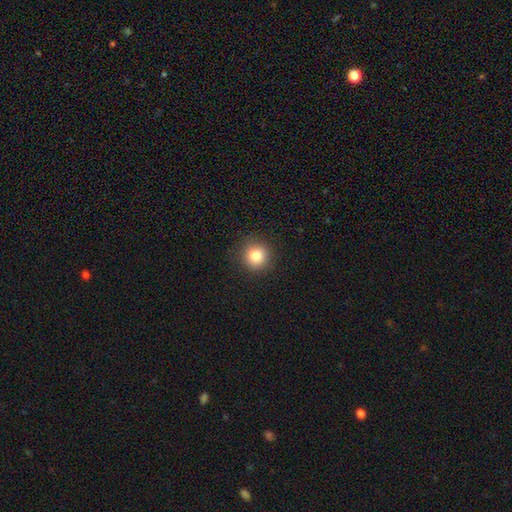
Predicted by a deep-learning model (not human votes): Smooth or featured? Predicted: smooth (p=0.83). How rounded? Predicted: round (p=0.93). Merging? Predicted: none (p=0.90).